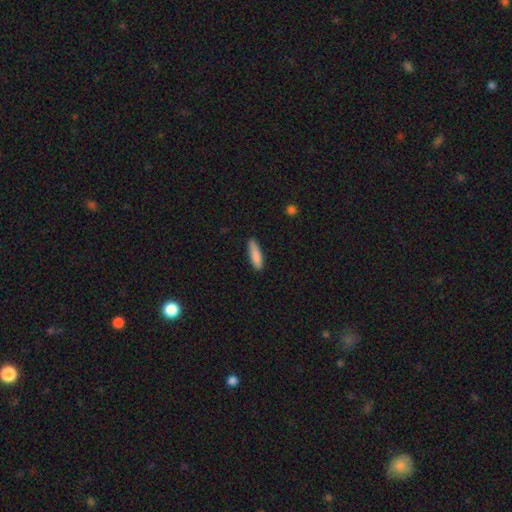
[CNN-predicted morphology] This is clearly a smooth galaxy (87%). How rounded: likely cigar-shaped (65%). Merging: clearly none (81%).